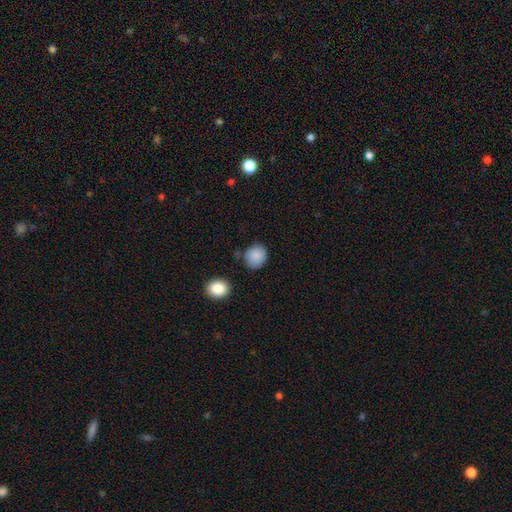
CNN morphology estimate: smooth-or-featured: smooth: 88% | star or artifact: 8% | featured or disk: 4%
  how-rounded: round: 78% | in between: 21% | cigar-shaped: 1%
  merging: none: 77% | minor disturbance: 15% | merger: 4% | major disturbance: 4%